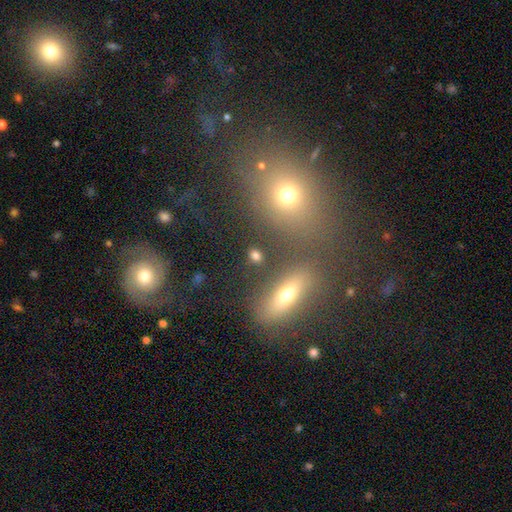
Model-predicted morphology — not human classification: smooth-or-featured: smooth: 73% | star or artifact: 17% | featured or disk: 10%
  how-rounded: round: 47% | in between: 46% | cigar-shaped: 7%
  merging: none: 82% | minor disturbance: 8% | merger: 6% | major disturbance: 4%